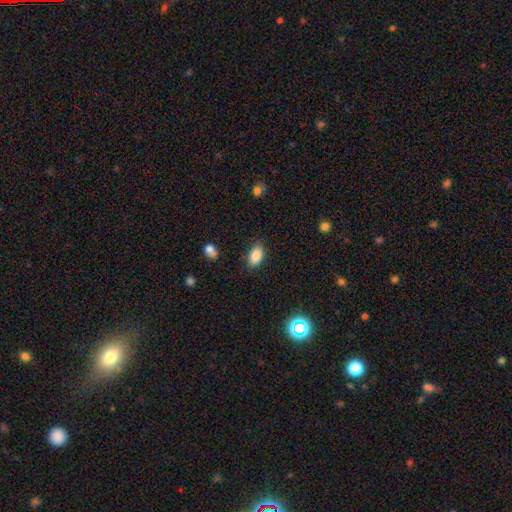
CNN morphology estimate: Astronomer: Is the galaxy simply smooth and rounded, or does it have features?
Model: smooth — 86%.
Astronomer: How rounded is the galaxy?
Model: in between — 90%.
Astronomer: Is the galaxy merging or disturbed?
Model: none — 83%.